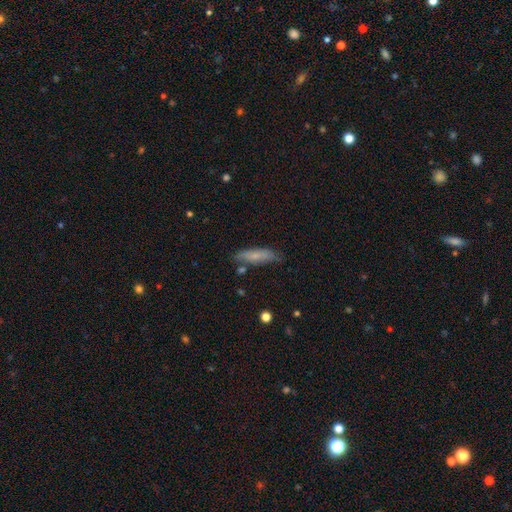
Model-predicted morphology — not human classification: smooth 67%, featured or disk 26%, star or artifact 7%. Down the decision tree: how rounded — cigar-shaped (63%); merging — none (72%).